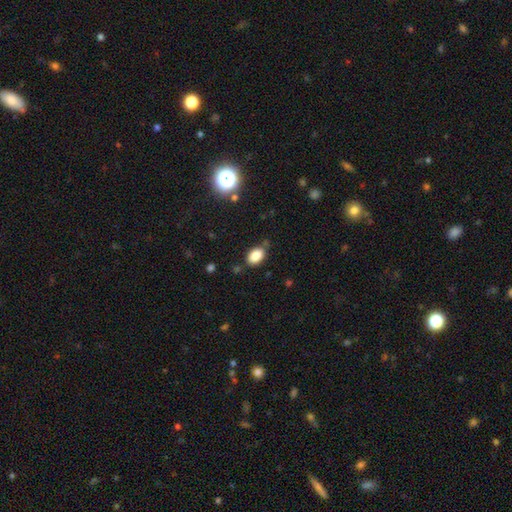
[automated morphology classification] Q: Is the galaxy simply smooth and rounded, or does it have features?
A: smooth — 85%.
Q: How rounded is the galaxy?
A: in between — 88%.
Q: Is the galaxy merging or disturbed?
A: none — 76%.